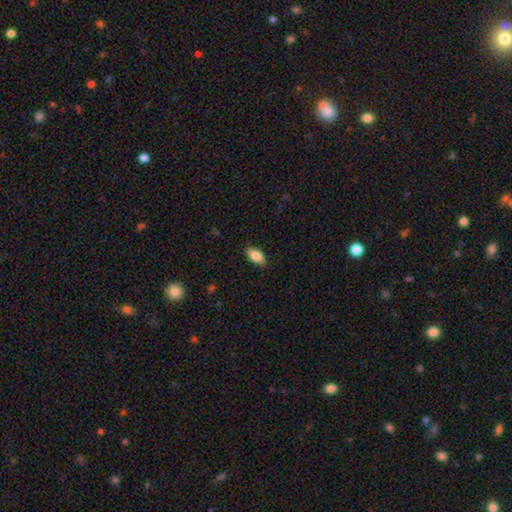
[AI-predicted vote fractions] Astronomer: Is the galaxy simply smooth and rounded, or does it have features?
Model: smooth — 86%.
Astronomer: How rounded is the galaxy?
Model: in between — 91%.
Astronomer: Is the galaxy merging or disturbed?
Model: none — 85%.